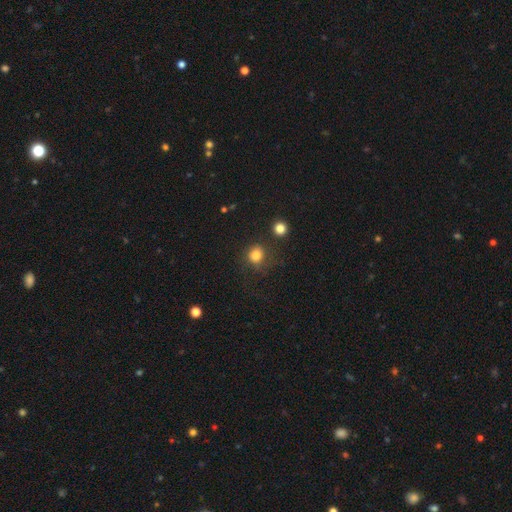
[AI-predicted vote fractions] Smooth or featured?
  - smooth: 82% *
  - star or artifact: 13%
  - featured or disk: 5%
How rounded?
  - round: 80% *
  - in between: 19%
  - cigar-shaped: 1%
Merging?
  - none: 72% *
  - minor disturbance: 15%
  - major disturbance: 8%
  - merger: 5%